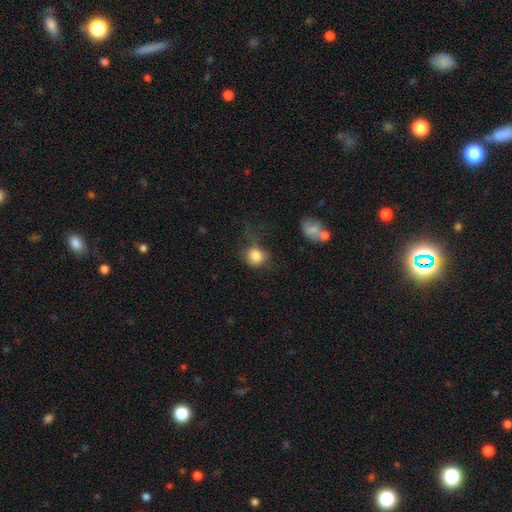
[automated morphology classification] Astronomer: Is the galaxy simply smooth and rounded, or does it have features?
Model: smooth — 81%.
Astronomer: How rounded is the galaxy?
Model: round — 72%.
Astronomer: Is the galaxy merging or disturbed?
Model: none — 42% (runner-up: minor disturbance, 28%).